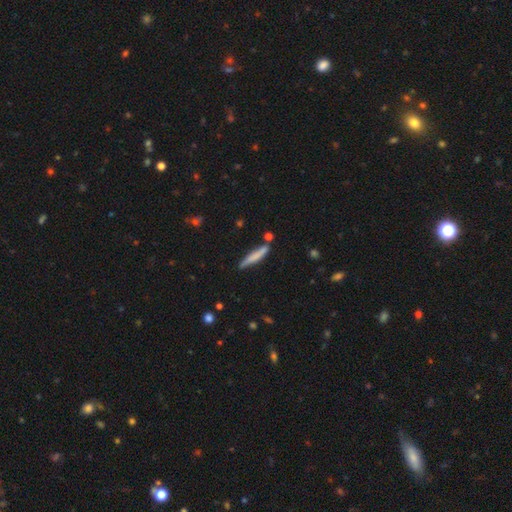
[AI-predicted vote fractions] smooth_or_featured: smooth (p=0.69) [alt: featured or disk p=0.25]
how_rounded: cigar-shaped (p=0.92) [alt: in between p=0.07]
merging: none (p=0.77) [alt: minor disturbance p=0.15]